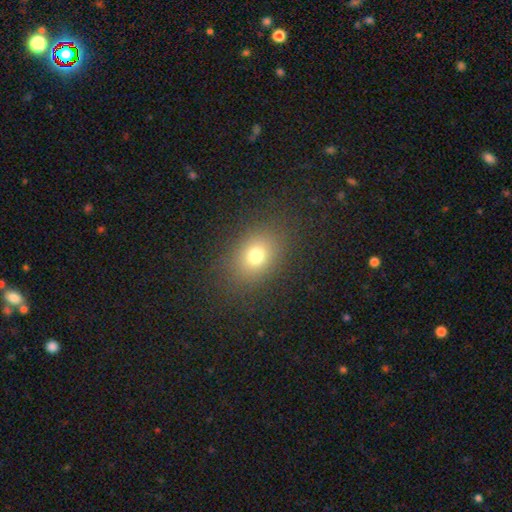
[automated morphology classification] Smooth or featured? smooth (75%)
How rounded? in between (58%)
Merging? none (84%)